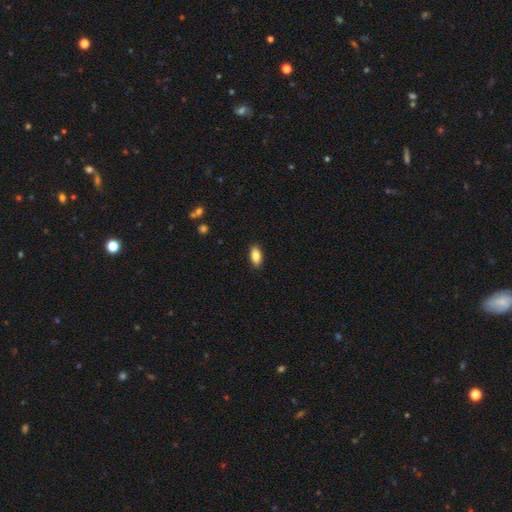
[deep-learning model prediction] Smooth or featured? smooth (86%)
How rounded? in between (91%)
Merging? none (90%)